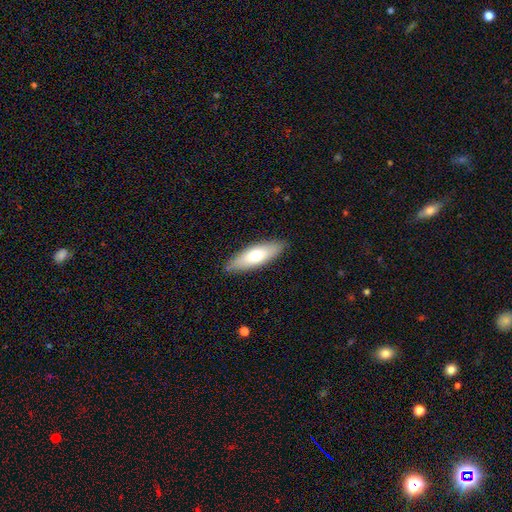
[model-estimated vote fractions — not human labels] A smooth galaxy with no disk features (64%) that is in between round and cigar-shaped (55%).

Vote fractions:
- Smooth or featured? smooth: 64% / featured or disk: 30% / star or artifact: 6%
- How rounded? in between: 55% / cigar-shaped: 43% / round: 2%
- Merging? none: 86% / minor disturbance: 11% / major disturbance: 2% / merger: 1%